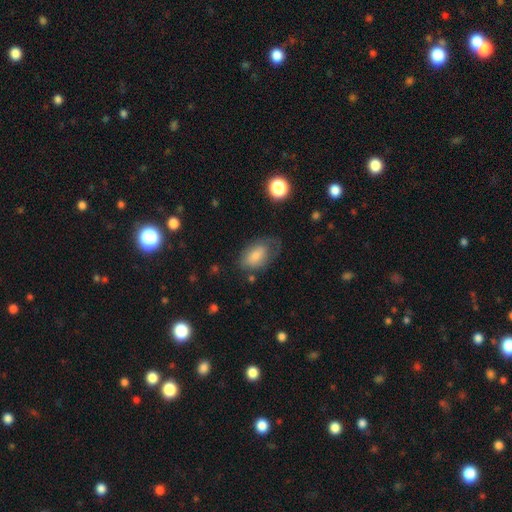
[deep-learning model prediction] Smooth or featured?
  - smooth: 74% *
  - featured or disk: 19%
  - star or artifact: 8%
How rounded?
  - in between: 90% *
  - round: 9%
  - cigar-shaped: 2%
Merging?
  - none: 45% *
  - minor disturbance: 30%
  - major disturbance: 22%
  - merger: 3%